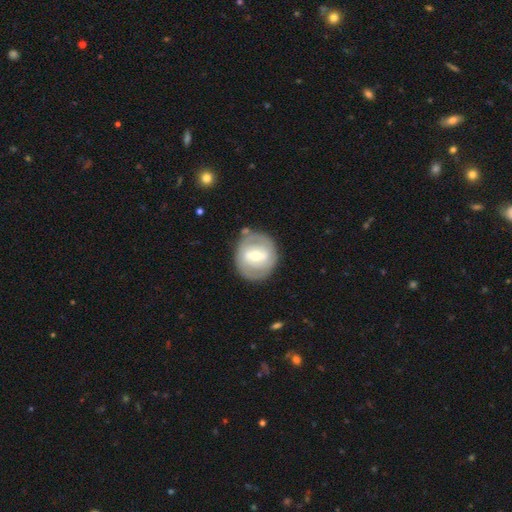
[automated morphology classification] The model was most divided on "bar": weak: 48%, strong: 31%, no: 21%. More confident: edge-on disk — no (96%); merging — none (79%); smooth or featured — featured or disk (68%); spiral arms — yes (67%); bulge size — moderate (66%).